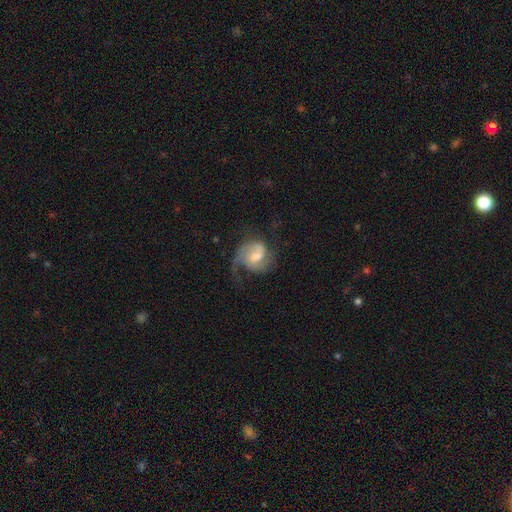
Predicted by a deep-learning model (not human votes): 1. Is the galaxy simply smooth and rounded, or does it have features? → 74% featured or disk, 19% smooth, 7% star or artifact.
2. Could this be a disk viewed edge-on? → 98% no, 2% yes.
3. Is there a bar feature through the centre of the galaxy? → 53% weak, 35% no, 12% strong.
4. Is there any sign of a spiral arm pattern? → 93% yes, 7% no.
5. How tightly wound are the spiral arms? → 45% medium, 37% loose, 18% tight.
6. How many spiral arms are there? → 65% 2, 21% 1, 8% can't tell, 4% 3, 1% 4, 1% more than 4.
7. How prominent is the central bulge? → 47% moderate, 28% small, 12% large, 11% none, 2% dominant.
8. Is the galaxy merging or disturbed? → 47% none, 29% major disturbance, 22% minor disturbance, 2% merger.